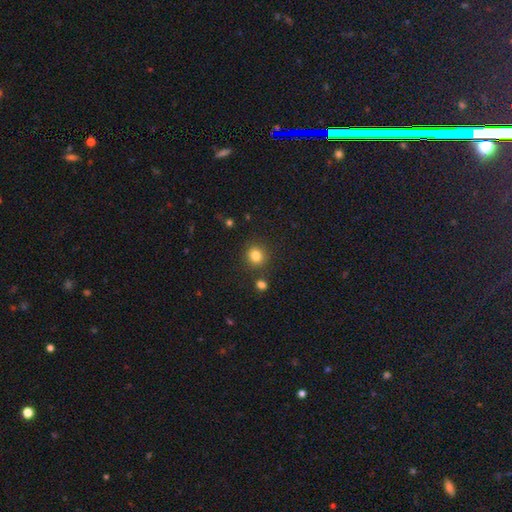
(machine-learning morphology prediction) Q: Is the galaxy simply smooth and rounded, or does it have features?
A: smooth — 82%.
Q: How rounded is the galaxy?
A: round — 86%.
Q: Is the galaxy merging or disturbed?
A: none — 84%.